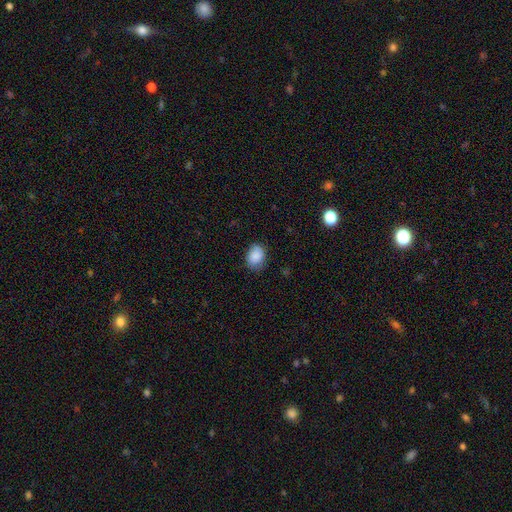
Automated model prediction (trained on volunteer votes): A smooth galaxy with no disk features (87%) that is in between round and cigar-shaped (64%). Merging: none (74%).